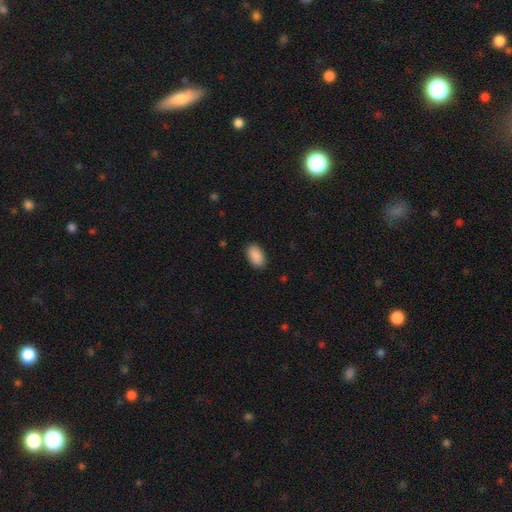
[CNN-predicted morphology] Smooth or featured: smooth — 90% (star or artifact — 7%)
How rounded: in between — 94% (round — 4%)
Merging: none — 88% (minor disturbance — 9%)